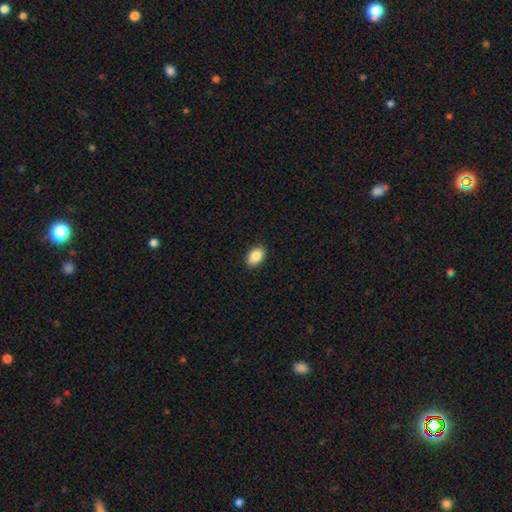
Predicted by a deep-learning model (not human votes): The model was most divided on "how rounded": in between: 88%, round: 11%, cigar-shaped: 1%. More confident: merging — none (89%); smooth or featured — smooth (87%).